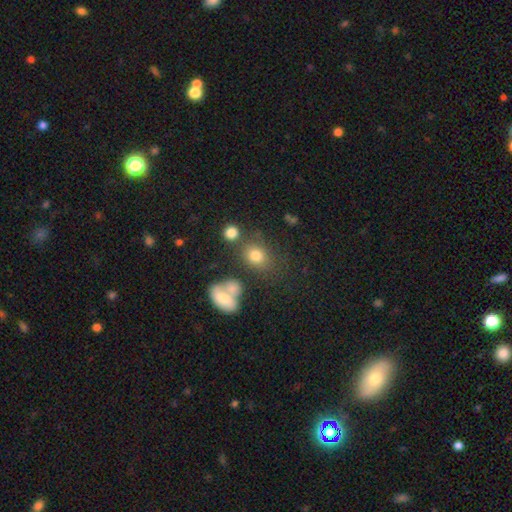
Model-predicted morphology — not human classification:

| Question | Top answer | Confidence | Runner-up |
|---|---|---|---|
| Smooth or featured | smooth | 77% | star or artifact (13%) |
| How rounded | round | 53% | in between (45%) |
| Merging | none | 61% | merger (17%) |